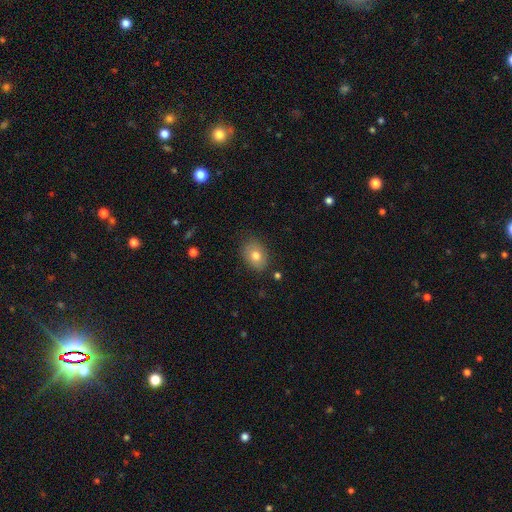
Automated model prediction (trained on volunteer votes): Smooth or featured?
  - smooth: 77% *
  - featured or disk: 14%
  - star or artifact: 9%
How rounded?
  - in between: 73% *
  - round: 26%
  - cigar-shaped: 1%
Merging?
  - none: 82% *
  - minor disturbance: 14%
  - major disturbance: 3%
  - merger: 2%